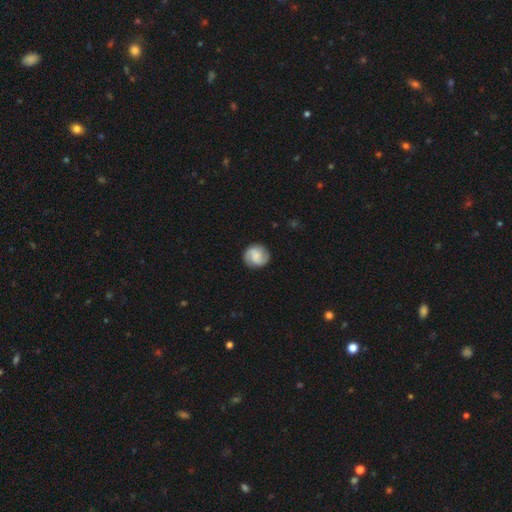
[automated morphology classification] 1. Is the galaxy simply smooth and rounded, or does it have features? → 64% featured or disk, 29% smooth, 7% star or artifact.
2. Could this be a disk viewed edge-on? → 98% no, 2% yes.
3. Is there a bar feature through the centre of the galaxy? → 45% no, 44% weak, 11% strong.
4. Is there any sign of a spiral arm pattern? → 95% yes, 5% no.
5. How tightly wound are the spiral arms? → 46% medium, 31% tight, 23% loose.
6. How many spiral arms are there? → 78% 2, 9% 3, 7% can't tell, 3% 1, 2% 4, 2% more than 4.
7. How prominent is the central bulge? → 34% none, 29% small, 25% moderate, 10% large, 2% dominant.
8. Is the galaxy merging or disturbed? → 86% none, 10% minor disturbance, 3% major disturbance, 1% merger.